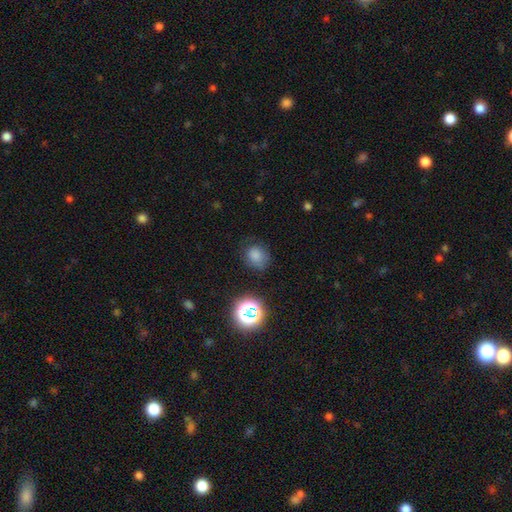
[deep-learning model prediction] Overall: smooth (76%). How rounded: round (64%; in between 35%). Merging: none (70%).